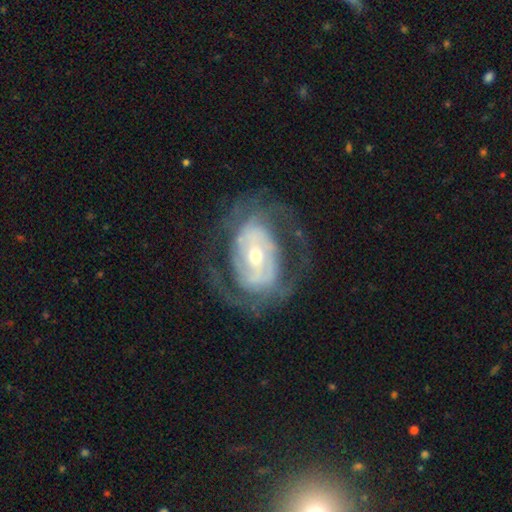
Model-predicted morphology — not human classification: smooth-or-featured: featured or disk: 84% | smooth: 10% | star or artifact: 6%
  disk-edge-on: no: 96% | yes: 4%
    bar: weak: 37% | strong: 32% | no: 31%
    has-spiral-arms: yes: 85% | no: 15%
      spiral-winding: tight: 44% | medium: 39% | loose: 17%
      spiral-arm-count: 2: 52% | can't tell: 26% | 3: 10% | 1: 5% | 4: 4% | more than 4: 3%
    bulge-size: small: 47% | moderate: 46% | large: 4% | dominant: 1% | none: 1%
  merging: none: 66% | major disturbance: 17% | minor disturbance: 15% | merger: 1%